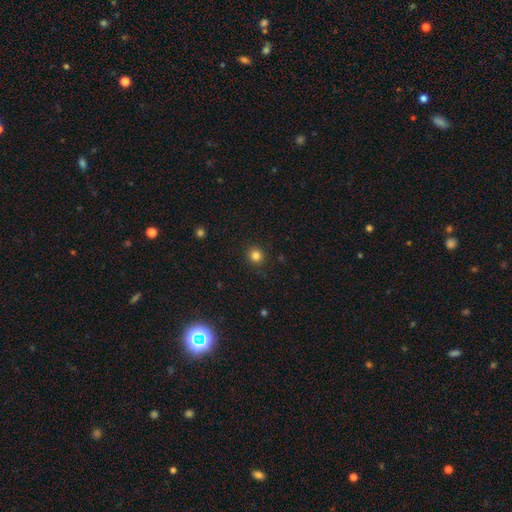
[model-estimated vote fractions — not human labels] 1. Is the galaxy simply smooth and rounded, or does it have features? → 82% smooth, 13% star or artifact, 5% featured or disk.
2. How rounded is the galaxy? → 91% round, 8% in between, 1% cigar-shaped.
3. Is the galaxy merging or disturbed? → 90% none, 7% minor disturbance, 2% major disturbance, 1% merger.